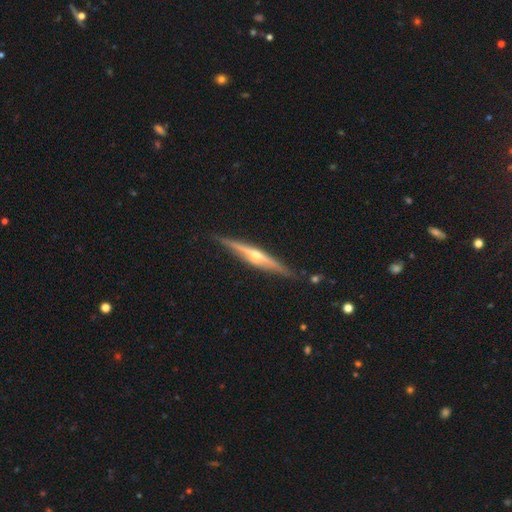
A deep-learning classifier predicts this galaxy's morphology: smooth-or-featured: featured or disk: 81% | smooth: 14% | star or artifact: 5%
  disk-edge-on: yes: 98% | no: 2%
    edge-on-bulge: rounded: 88% | none: 8% | boxy: 4%
  merging: none: 88% | minor disturbance: 9% | major disturbance: 2% | merger: 2%